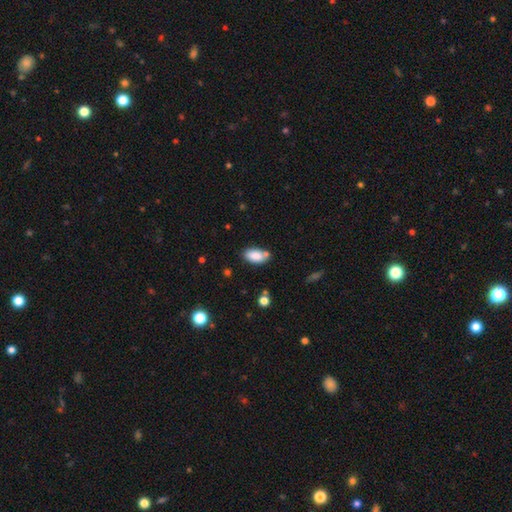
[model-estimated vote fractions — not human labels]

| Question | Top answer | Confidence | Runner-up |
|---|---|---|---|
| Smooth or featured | smooth | 85% | featured or disk (8%) |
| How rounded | in between | 92% | cigar-shaped (4%) |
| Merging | none | 66% | minor disturbance (16%) |